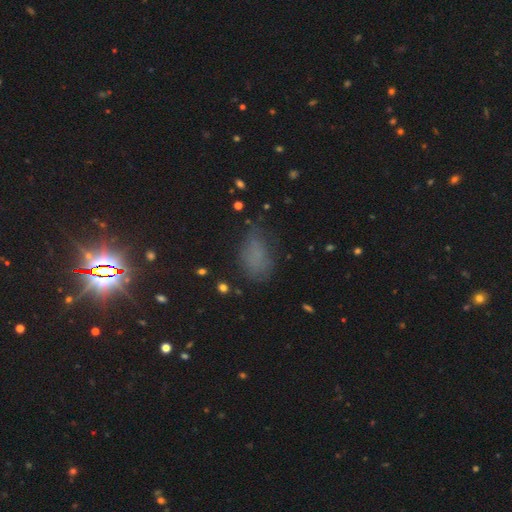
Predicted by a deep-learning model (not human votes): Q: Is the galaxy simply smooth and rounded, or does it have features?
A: smooth — 66%.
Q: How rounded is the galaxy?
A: in between — 86%.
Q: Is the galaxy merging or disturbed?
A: none — 56%.